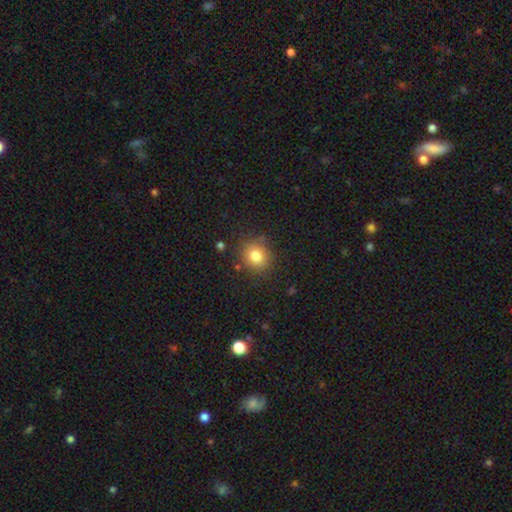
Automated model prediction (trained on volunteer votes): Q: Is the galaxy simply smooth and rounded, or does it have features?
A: smooth — 81%.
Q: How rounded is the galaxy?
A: round — 80%.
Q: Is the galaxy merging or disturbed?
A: none — 85%.